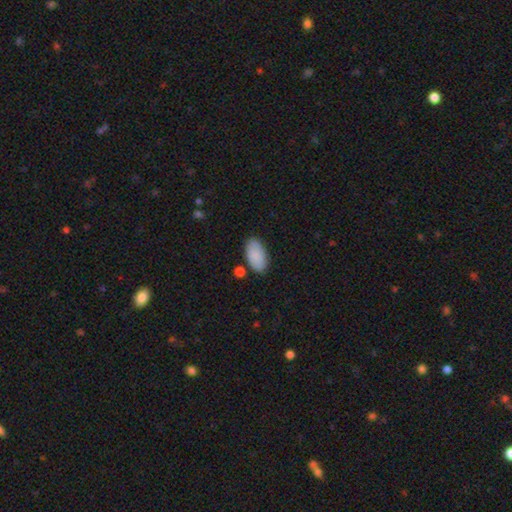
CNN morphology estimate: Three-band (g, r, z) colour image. It shows a smooth galaxy with no disk features (84%) that is in between round and cigar-shaped (95%). Merging: none (79%).